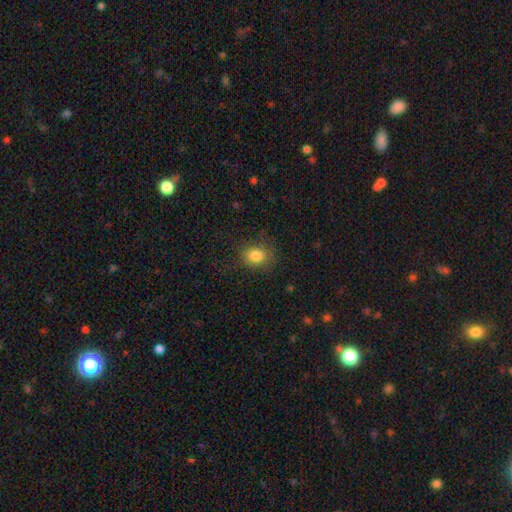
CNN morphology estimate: Smooth or featured? Predicted: smooth (p=0.83). How rounded? Predicted: round (p=0.62). Merging? Predicted: none (p=0.80).